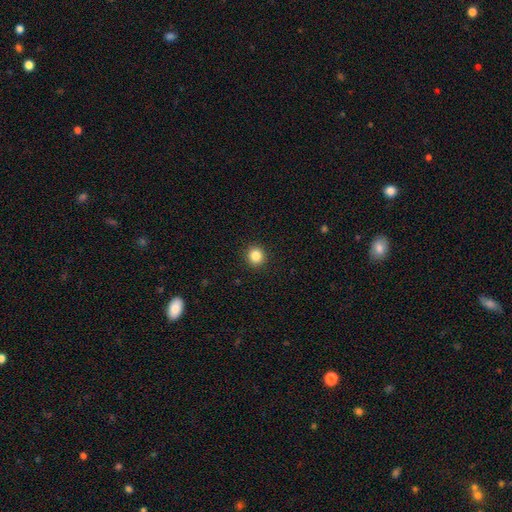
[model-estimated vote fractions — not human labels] Morphology: type=smooth (85%); roundness=round (89%); merging=none (92%).